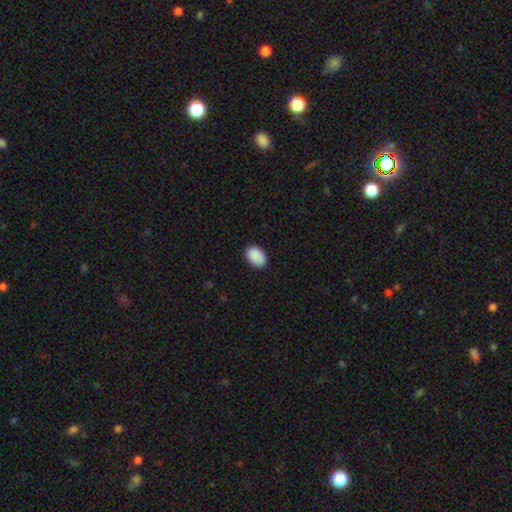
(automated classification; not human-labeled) Overall: smooth (90%). How rounded: in between (88%). Merging: none (86%).